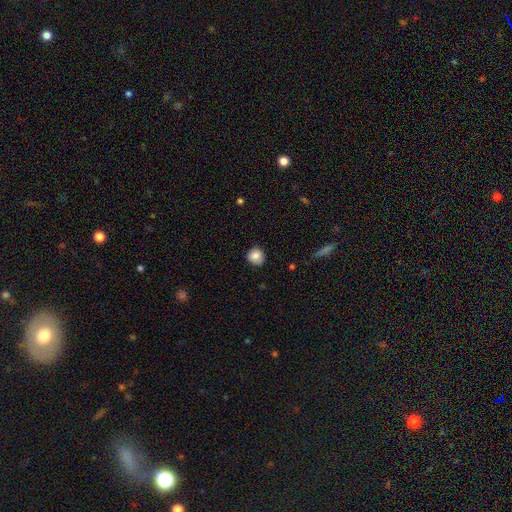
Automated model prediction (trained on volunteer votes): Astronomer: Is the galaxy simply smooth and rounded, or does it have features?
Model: smooth — 84%.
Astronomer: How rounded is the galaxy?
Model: round — 87%.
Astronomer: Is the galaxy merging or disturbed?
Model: none — 82%.